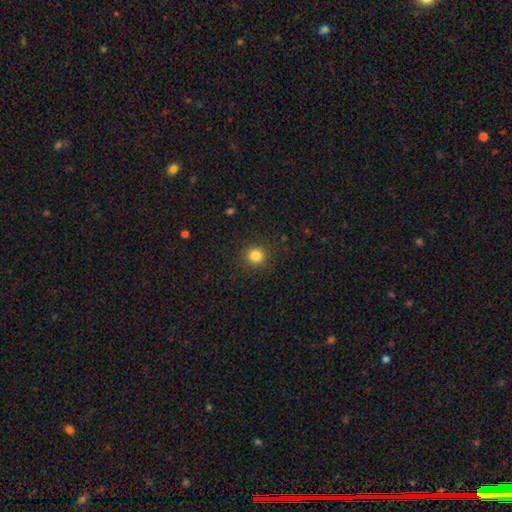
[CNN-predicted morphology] Smooth or featured? smooth (84%)
How rounded? round (93%)
Merging? none (90%)